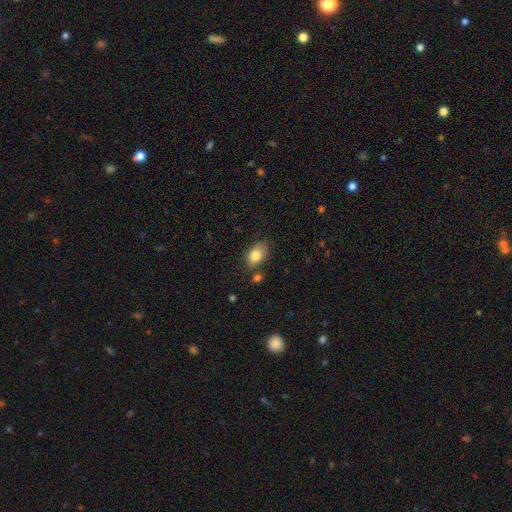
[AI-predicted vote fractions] smooth 82%, featured or disk 10%, star or artifact 8%. Down the decision tree: how rounded — in between (84%); merging — none (71%).